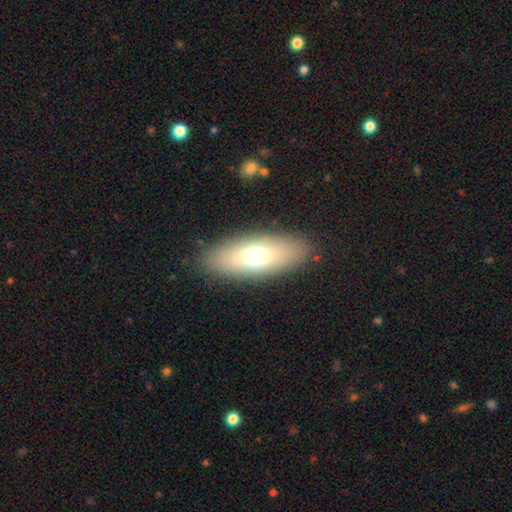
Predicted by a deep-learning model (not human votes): Smooth or featured: smooth — 66% (featured or disk — 26%)
How rounded: in between — 73% (cigar-shaped — 24%)
Merging: none — 87% (minor disturbance — 8%)